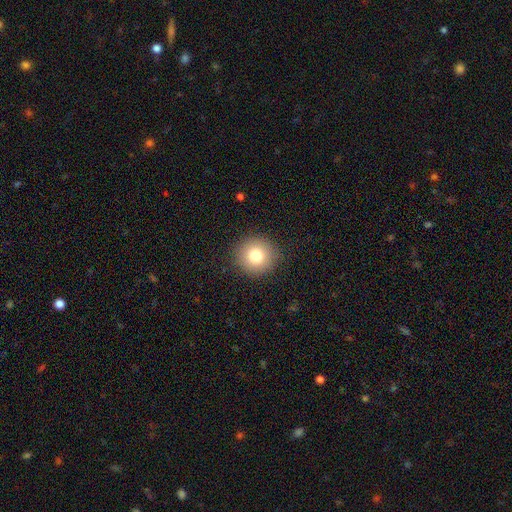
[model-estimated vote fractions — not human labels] Smooth or featured? smooth (80%)
How rounded? round (93%)
Merging? none (90%)